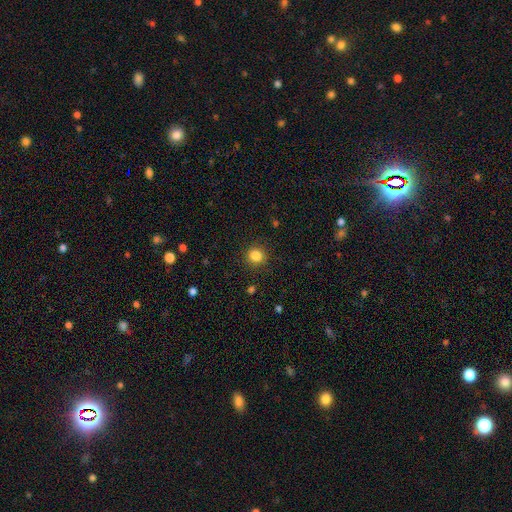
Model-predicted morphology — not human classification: Smooth or featured: smooth — 84% (star or artifact — 12%)
How rounded: round — 91% (in between — 8%)
Merging: none — 90% (minor disturbance — 7%)